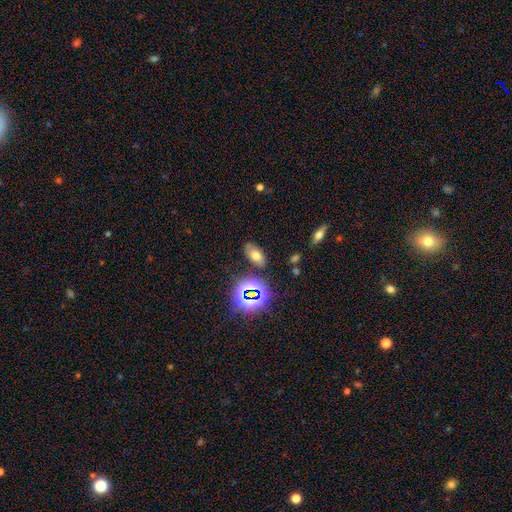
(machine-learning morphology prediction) Smooth or featured? Predicted: smooth (p=0.62). How rounded? Predicted: in between (p=0.88). Merging? Predicted: none (p=0.80).